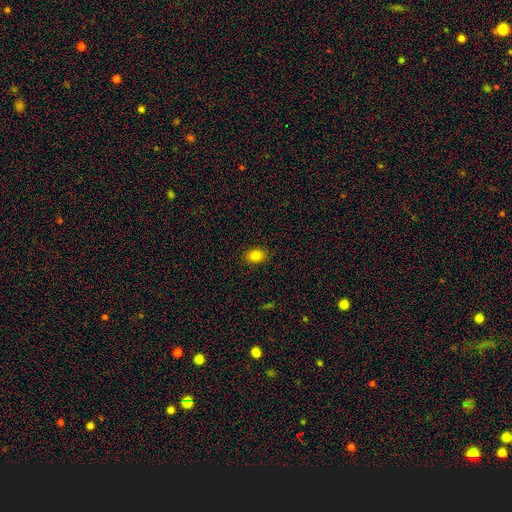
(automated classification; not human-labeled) Smooth or featured? Predicted: smooth (p=0.84). How rounded? Predicted: in between (p=0.71). Merging? Predicted: none (p=0.89).